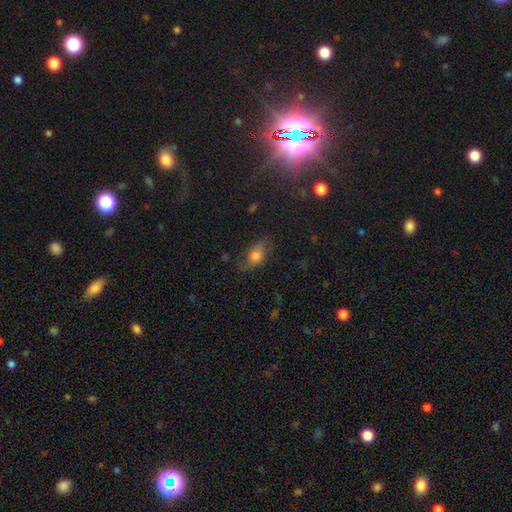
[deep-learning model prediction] Smooth or featured? smooth (52%)
How rounded? in between (73%)
Merging? none (62%)